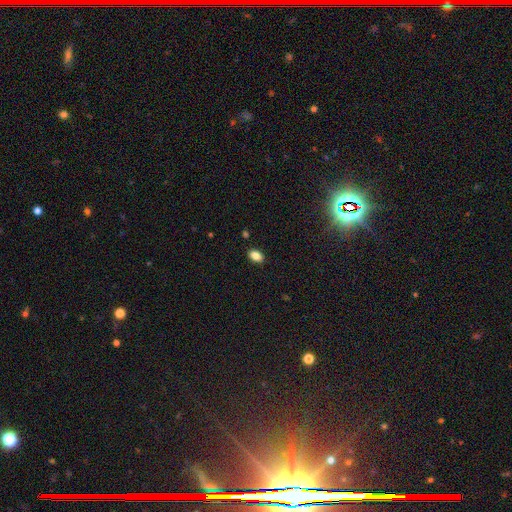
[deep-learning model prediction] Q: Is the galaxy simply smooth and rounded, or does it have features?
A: smooth — 85%.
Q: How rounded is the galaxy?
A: in between — 87%.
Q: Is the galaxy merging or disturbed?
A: none — 88%.